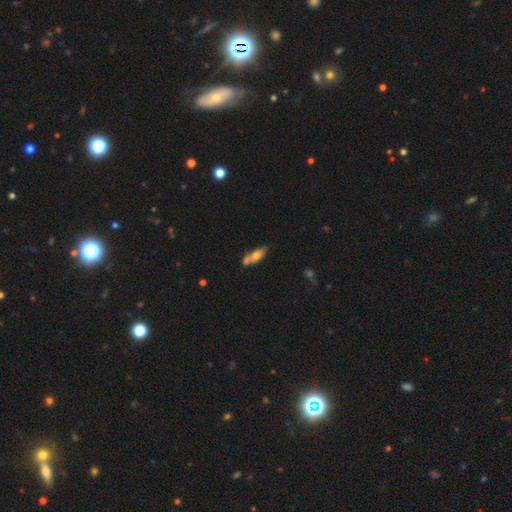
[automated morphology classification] This appears to be a smooth galaxy with no disk features (63%) that is in between round and cigar-shaped (60%). Merging: none (42%).